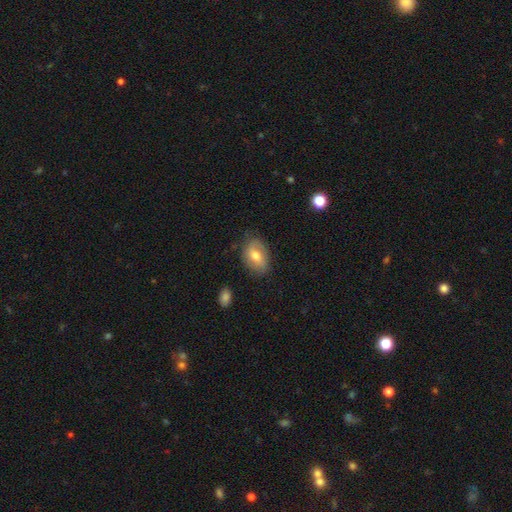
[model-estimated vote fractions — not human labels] Overall: smooth (62%; featured or disk 30%). How rounded: in between (83%). Merging: none (72%).